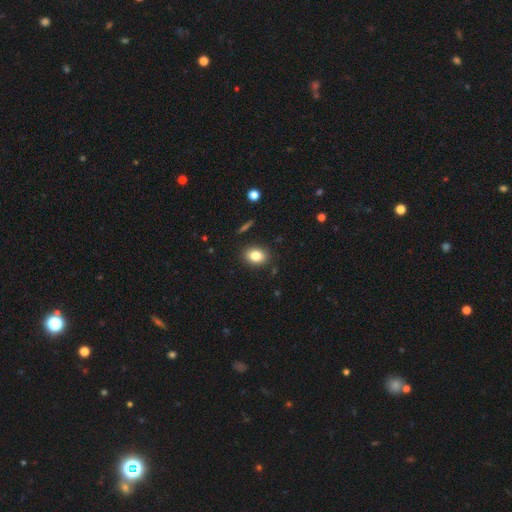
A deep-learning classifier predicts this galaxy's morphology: smooth-or-featured: smooth: 82% | star or artifact: 10% | featured or disk: 8%
  how-rounded: in between: 65% | round: 33% | cigar-shaped: 1%
  merging: none: 87% | minor disturbance: 9% | major disturbance: 2% | merger: 2%